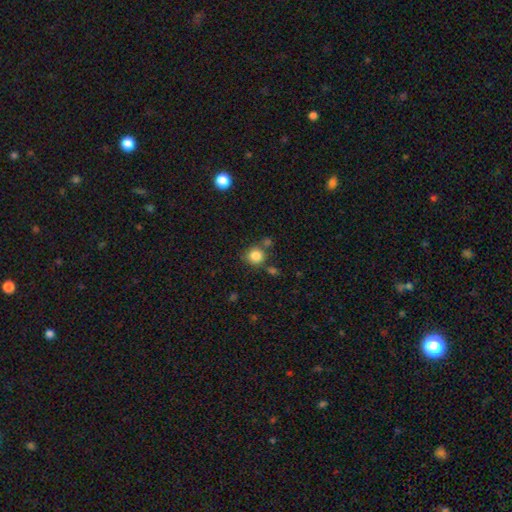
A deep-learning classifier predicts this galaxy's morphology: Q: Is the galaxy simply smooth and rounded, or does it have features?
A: smooth — 84%.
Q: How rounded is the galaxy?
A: round — 90%.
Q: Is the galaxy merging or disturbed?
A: none — 73%.